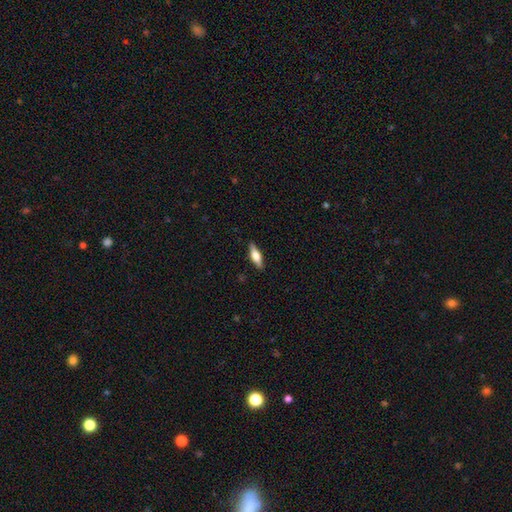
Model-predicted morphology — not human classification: Smooth or featured? smooth (51%)
How rounded? cigar-shaped (49%)
Merging? none (87%)